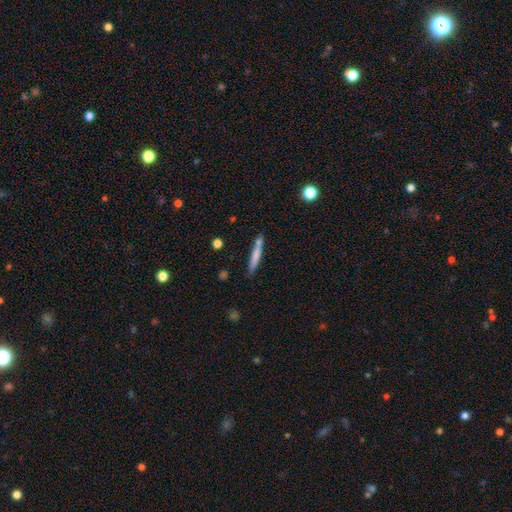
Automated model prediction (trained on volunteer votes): Q: Smooth or featured?
A: smooth (68%); runner-up: featured or disk (26%)
Q: How rounded?
A: cigar-shaped (95%); runner-up: in between (4%)
Q: Merging?
A: none (75%); runner-up: minor disturbance (14%)